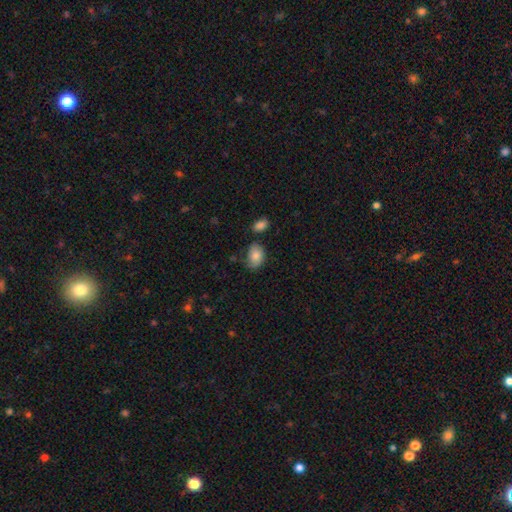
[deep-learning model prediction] Overall: smooth (81%). How rounded: in between (78%). Merging: none (58%; minor disturbance 28%).